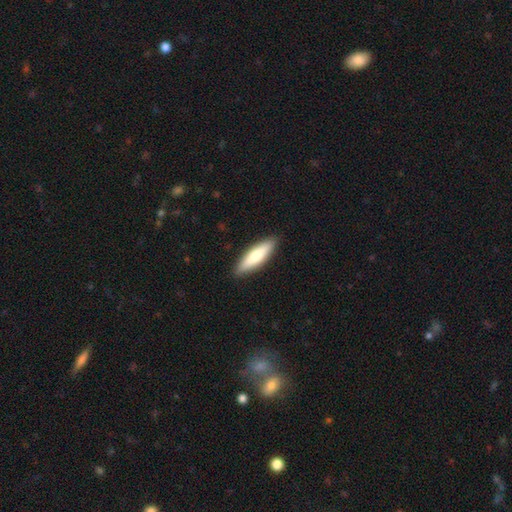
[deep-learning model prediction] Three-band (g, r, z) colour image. It shows a smooth galaxy with no disk features (69%) that is cigar-shaped (65%). Merging: none (89%).